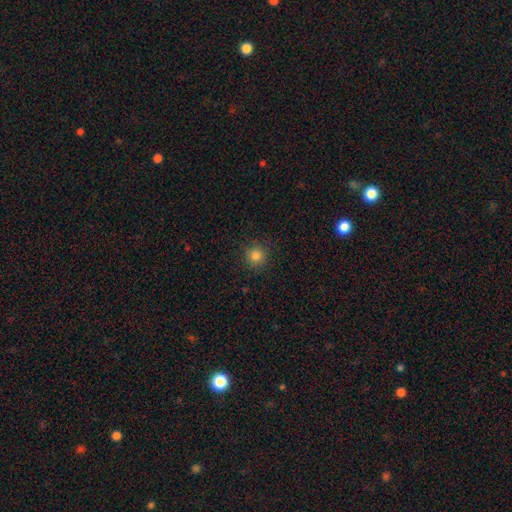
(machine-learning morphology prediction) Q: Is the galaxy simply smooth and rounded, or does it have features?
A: smooth — 83%.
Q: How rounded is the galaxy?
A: round — 93%.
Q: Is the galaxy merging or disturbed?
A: none — 89%.